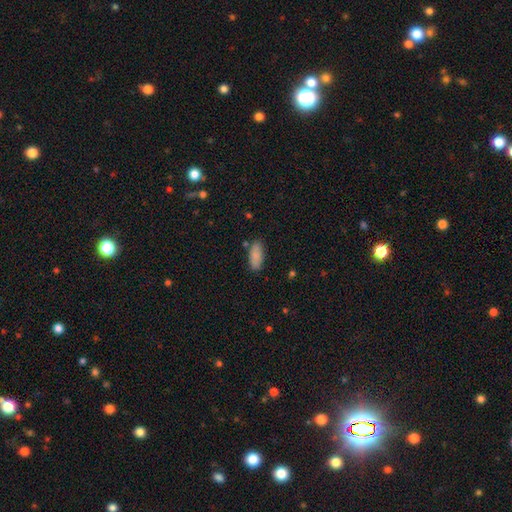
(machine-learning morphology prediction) smooth 85%, featured or disk 8%, star or artifact 7%. Down the decision tree: how rounded — in between (85%); merging — none (77%).